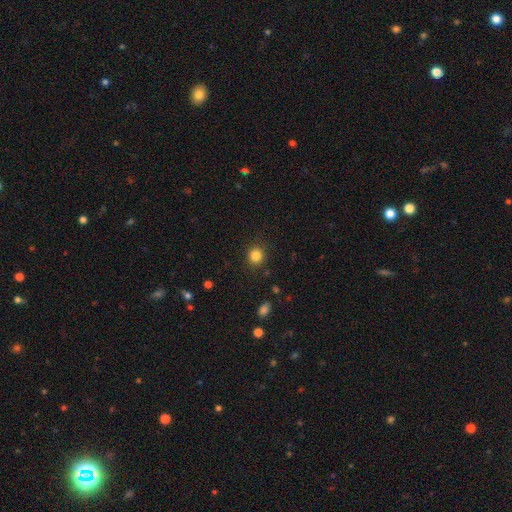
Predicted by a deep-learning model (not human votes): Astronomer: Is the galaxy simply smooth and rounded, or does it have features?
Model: smooth — 83%.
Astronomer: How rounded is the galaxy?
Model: round — 88%.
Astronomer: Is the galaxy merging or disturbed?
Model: none — 88%.